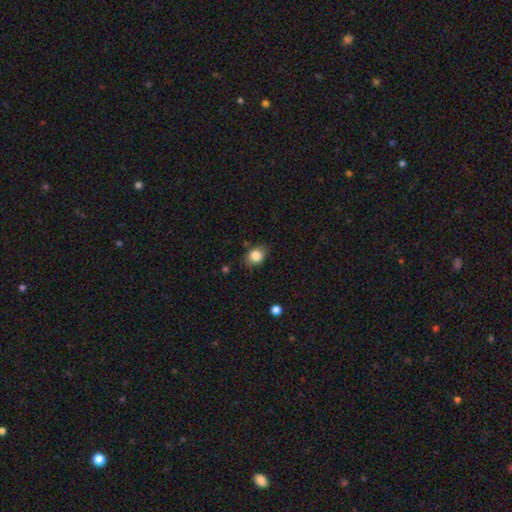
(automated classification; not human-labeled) Smooth or featured?
  - smooth: 83% *
  - star or artifact: 9%
  - featured or disk: 8%
How rounded?
  - in between: 58% *
  - round: 41%
  - cigar-shaped: 1%
Merging?
  - none: 76% *
  - minor disturbance: 18%
  - major disturbance: 4%
  - merger: 2%